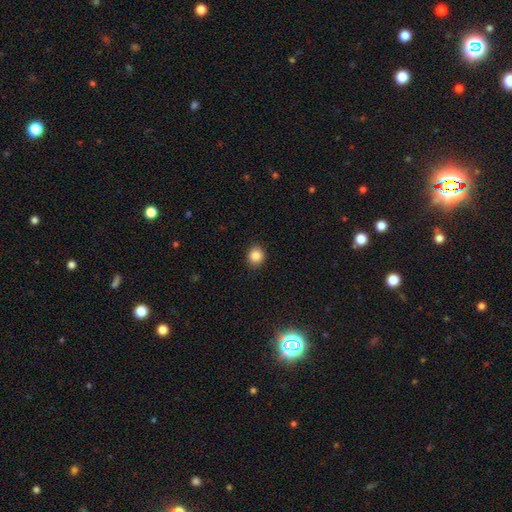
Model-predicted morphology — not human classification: type=smooth (86%); roundness=round (80%); merging=none (89%).